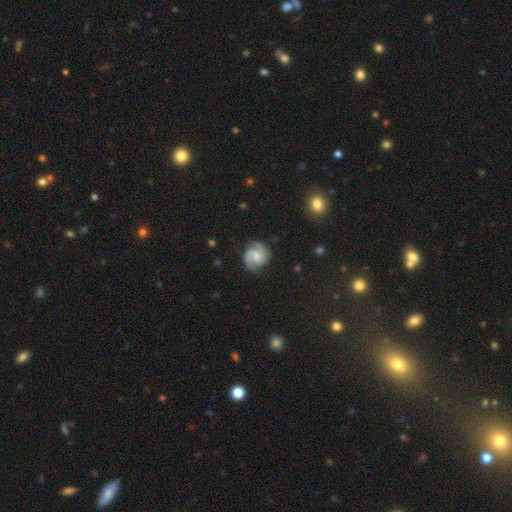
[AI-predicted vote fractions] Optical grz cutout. It shows a featured or disk galaxy (76%) with a weak bar (46%), 2 (86%) medium (49%) spiral arms (96%) and a small central bulge (39%, tied with moderate). Merging: none (77%).